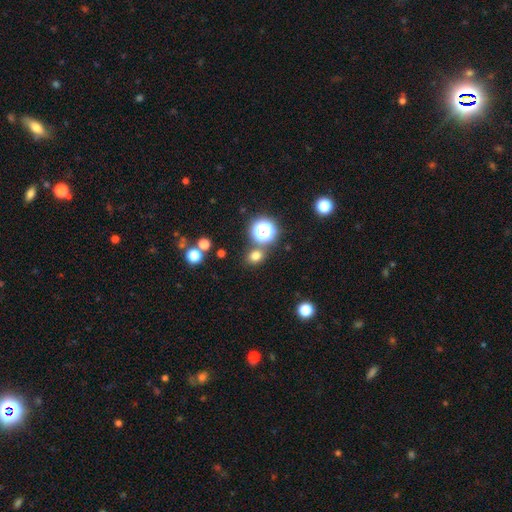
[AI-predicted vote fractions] This is likely a smooth galaxy (72%). How rounded: likely round (68%). Merging: likely none (78%).